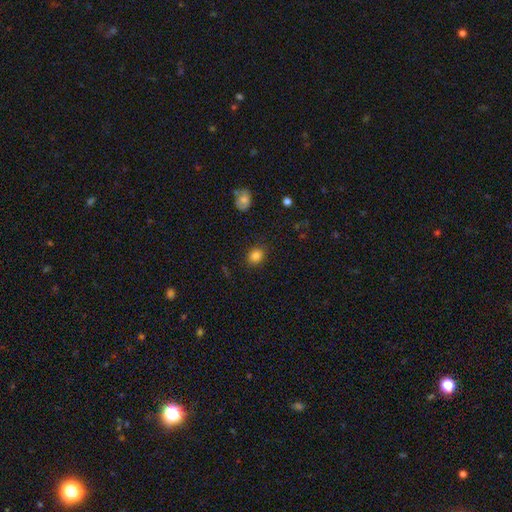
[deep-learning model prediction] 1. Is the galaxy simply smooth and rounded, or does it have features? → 84% smooth, 11% star or artifact, 5% featured or disk.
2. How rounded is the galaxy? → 50% in between, 49% round, 1% cigar-shaped.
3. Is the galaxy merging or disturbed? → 86% none, 10% minor disturbance, 3% major disturbance, 1% merger.